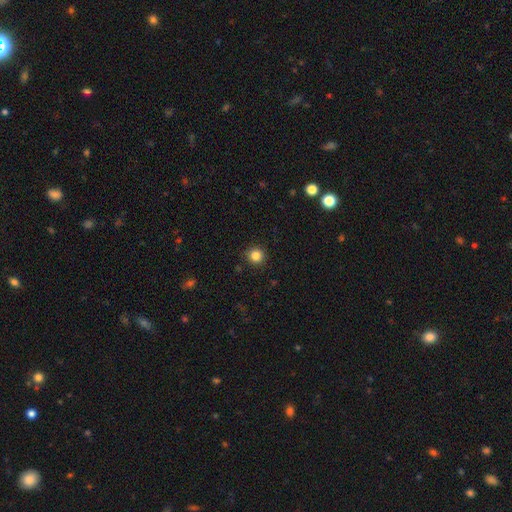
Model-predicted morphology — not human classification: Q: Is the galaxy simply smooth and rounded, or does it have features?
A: smooth — 84%.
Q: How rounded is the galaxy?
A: round — 93%.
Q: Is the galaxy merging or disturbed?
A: none — 91%.